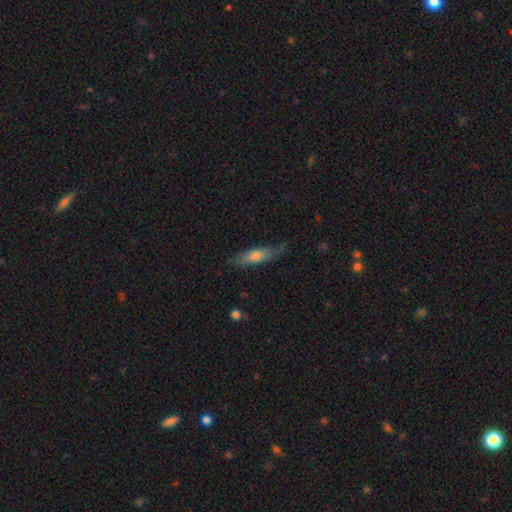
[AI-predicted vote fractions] This appears to be a smooth galaxy with no disk features (53%) that is cigar-shaped (70%). Merging: none (72%).